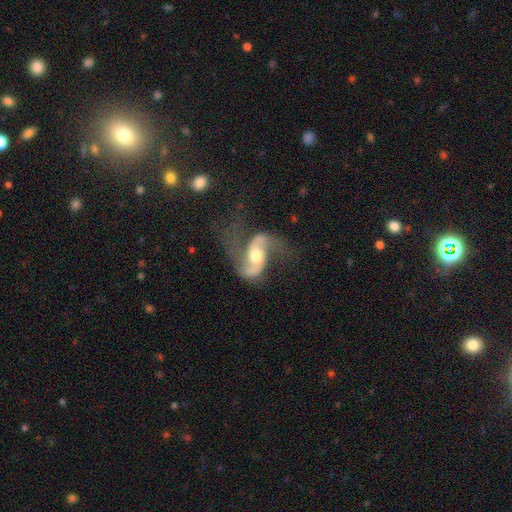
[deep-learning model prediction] Morphology: type=featured or disk (88%); edge-on=no (97%); bar=no (47%); spiral arms=yes (96%); winding=loose (62%); arm count=2 (92%); bulge=moderate (68%); merging=none (55%).